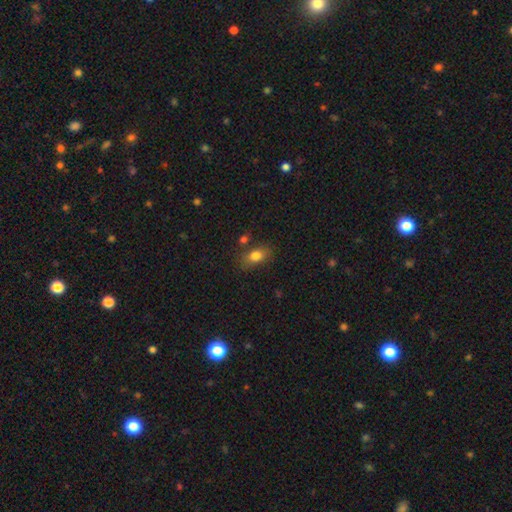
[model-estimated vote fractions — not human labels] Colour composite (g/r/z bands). It shows a smooth galaxy with no disk features (80%) that is in between round and cigar-shaped (80%). Merging: none (71%).